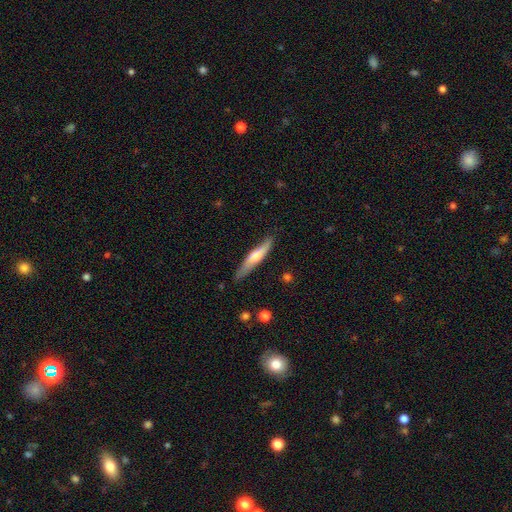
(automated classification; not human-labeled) This is possibly a smooth galaxy (51%). How rounded: clearly cigar-shaped (89%). Merging: likely none (78%).